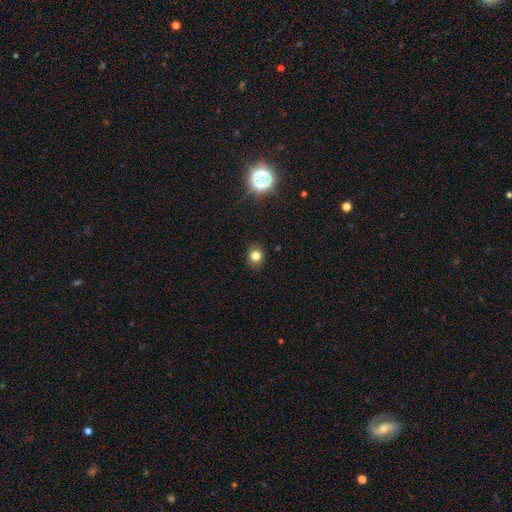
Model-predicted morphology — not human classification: smooth-or-featured: smooth: 77% | star or artifact: 17% | featured or disk: 7%
  how-rounded: round: 74% | in between: 25% | cigar-shaped: 1%
  merging: none: 88% | minor disturbance: 9% | major disturbance: 2% | merger: 1%